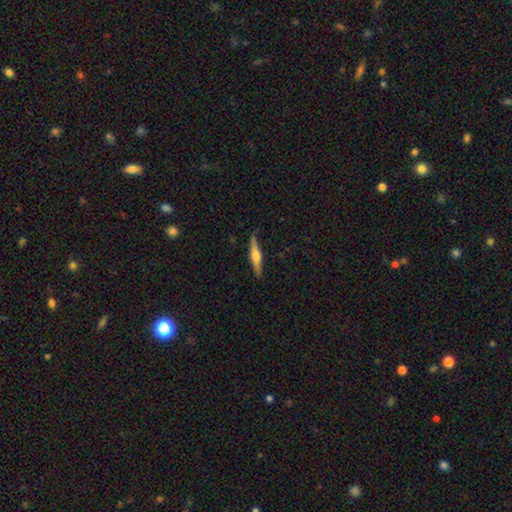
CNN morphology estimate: smooth_or_featured: featured or disk (p=0.67) [alt: smooth p=0.27]
disk_edge_on: yes (p=0.98) [alt: no p=0.02]
edge_on_bulge: rounded (p=0.84) [alt: boxy p=0.12]
merging: none (p=0.88) [alt: minor disturbance p=0.09]